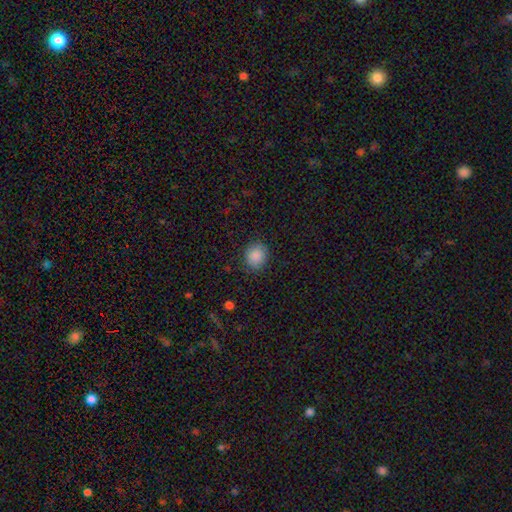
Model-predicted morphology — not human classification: The model was most divided on "how rounded": round: 74%, in between: 25%, cigar-shaped: 1%. More confident: smooth or featured — smooth (88%); merging — none (86%).